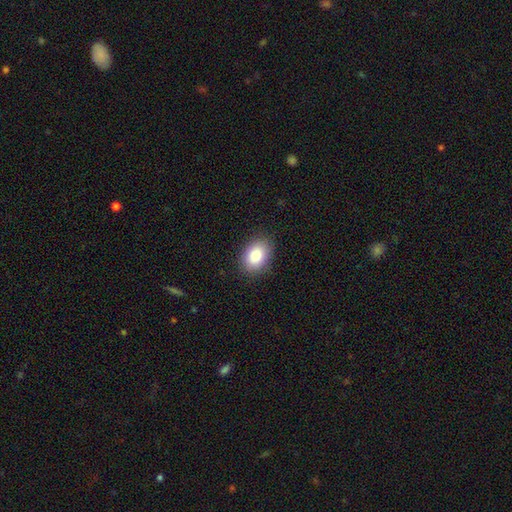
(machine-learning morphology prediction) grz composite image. It shows a smooth galaxy with no disk features (88%) that is in between round and cigar-shaped (82%). Merging: none (86%).